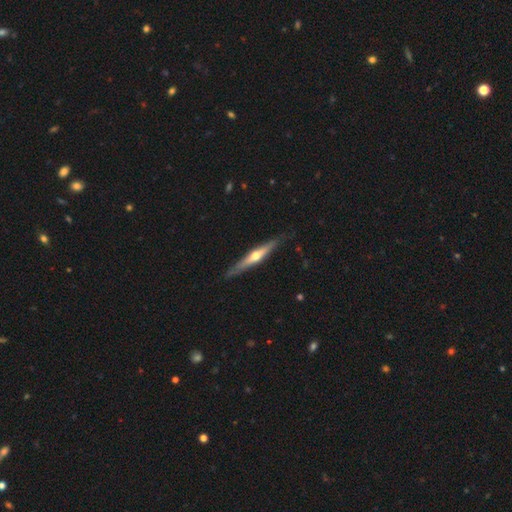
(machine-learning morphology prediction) smooth-or-featured: featured or disk: 67% | smooth: 28% | star or artifact: 5%
  disk-edge-on: yes: 96% | no: 4%
    edge-on-bulge: rounded: 90% | none: 7% | boxy: 3%
  merging: none: 85% | minor disturbance: 12% | major disturbance: 2% | merger: 1%